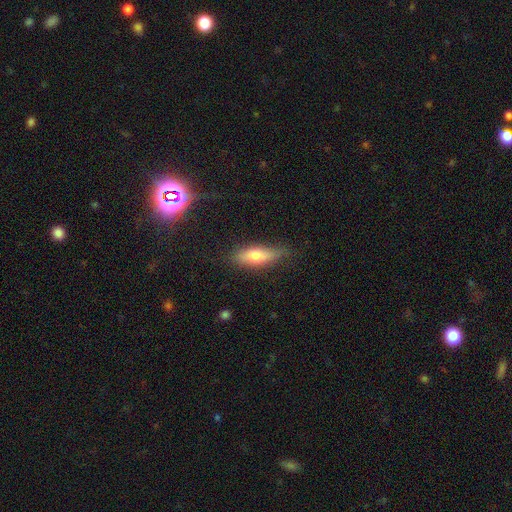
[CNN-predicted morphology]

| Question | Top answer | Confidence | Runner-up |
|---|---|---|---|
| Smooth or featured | smooth | 62% | featured or disk (29%) |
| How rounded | in between | 55% | cigar-shaped (42%) |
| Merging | none | 75% | minor disturbance (19%) |